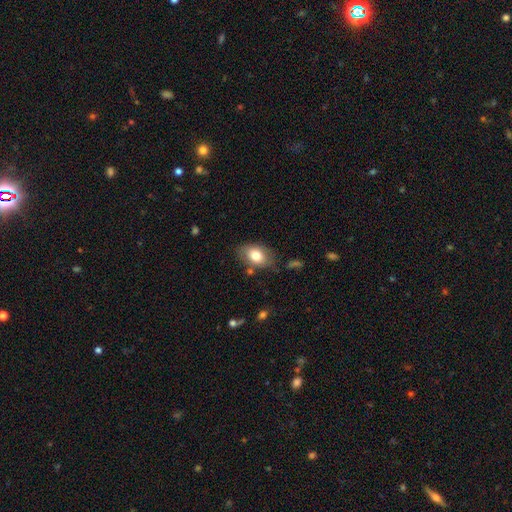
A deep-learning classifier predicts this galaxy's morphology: A smooth galaxy with no disk features (77%) that is in between round and cigar-shaped (87%). Merging: none (75%).